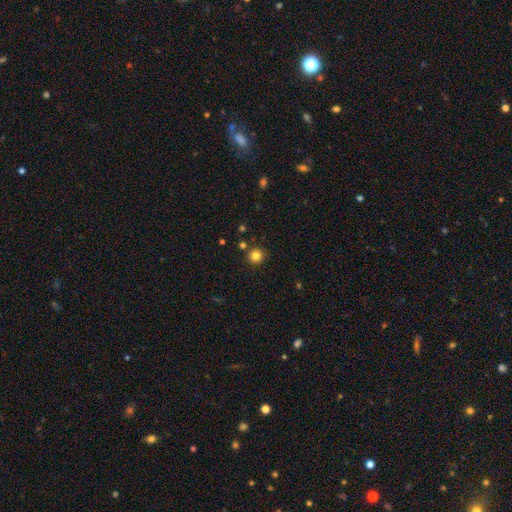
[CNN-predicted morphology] Overall: smooth (82%). How rounded: round (93%). Merging: none (88%).